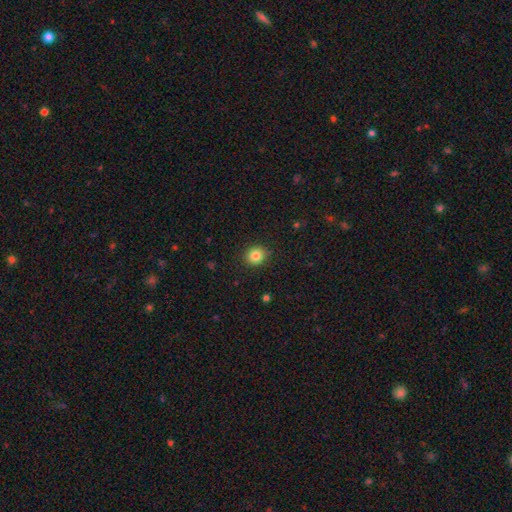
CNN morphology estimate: smooth 83%, star or artifact 11%, featured or disk 5%. Down the decision tree: how rounded — round (84%); merging — none (90%).